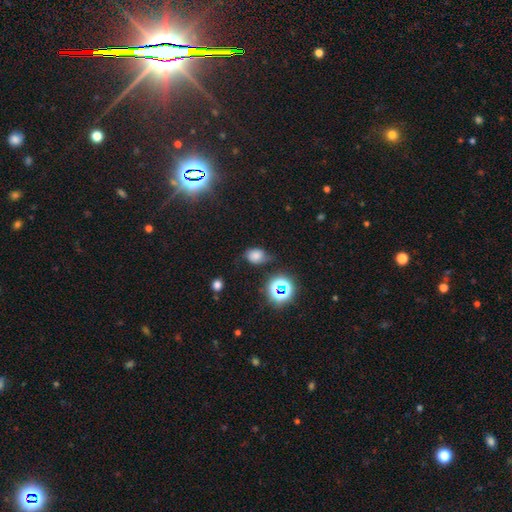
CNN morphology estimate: Smooth or featured? Predicted: smooth (p=0.66). How rounded? Predicted: in between (p=0.68). Merging? Predicted: none (p=0.57).